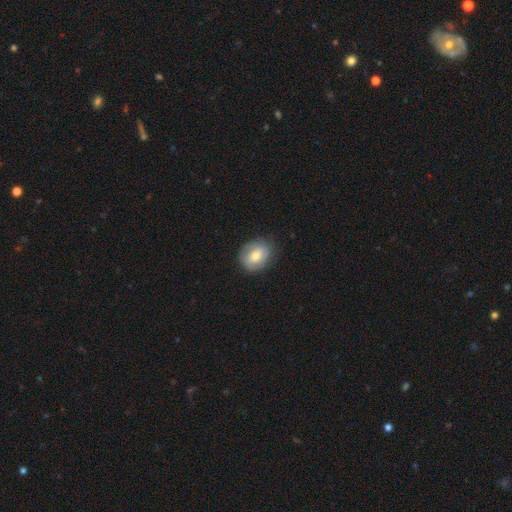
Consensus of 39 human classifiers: Volunteers were most divided on "how rounded": round: 52%, in between: 48%, cigar-shaped: 0%. More confident: merging — none (71%); smooth or featured — smooth (54%).